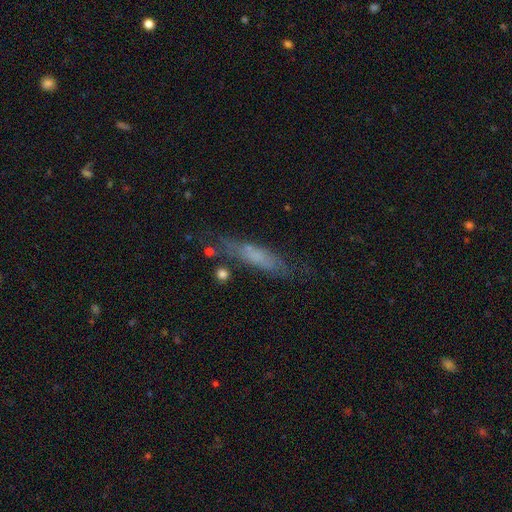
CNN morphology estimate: Smooth or featured? Predicted: smooth (p=0.51). How rounded? Predicted: cigar-shaped (p=0.79). Merging? Predicted: none (p=0.61).